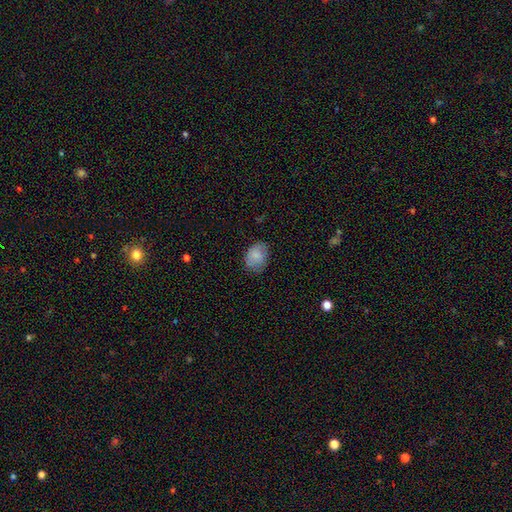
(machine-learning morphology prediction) Overall: smooth (83%). How rounded: in between (73%). Merging: none (74%).